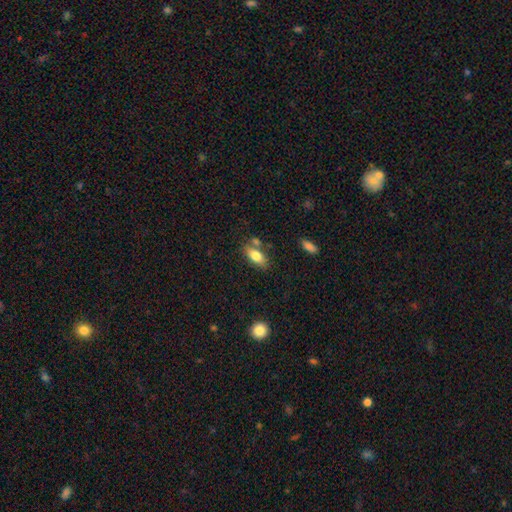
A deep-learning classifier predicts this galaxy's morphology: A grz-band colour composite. It shows a smooth galaxy with no disk features (78%) that is in between round and cigar-shaped (83%). Merging: none (67%).